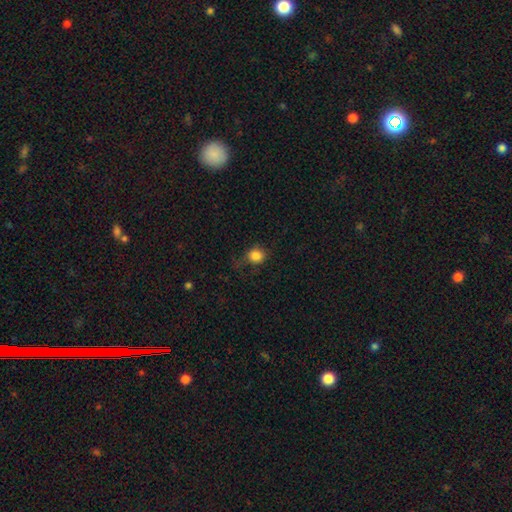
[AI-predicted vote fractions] Smooth or featured? smooth (84%)
How rounded? round (81%)
Merging? none (64%)